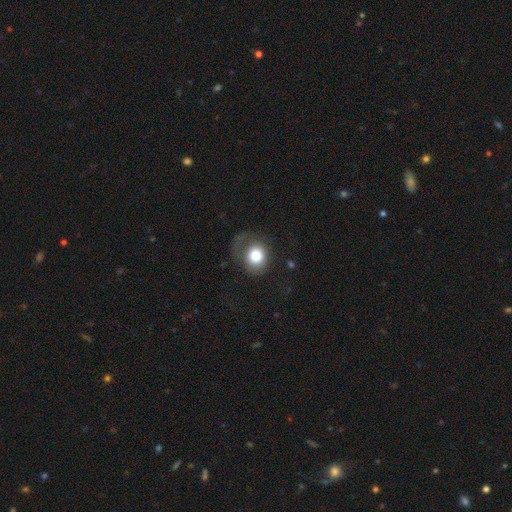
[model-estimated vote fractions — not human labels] smooth-or-featured: smooth: 76% | featured or disk: 15% | star or artifact: 9%
  how-rounded: round: 67% | in between: 32% | cigar-shaped: 1%
  merging: none: 47% | major disturbance: 27% | minor disturbance: 24% | merger: 2%